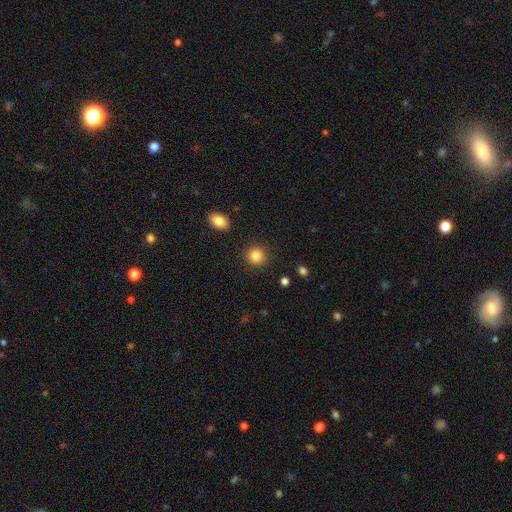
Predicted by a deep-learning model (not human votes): smooth 86%, star or artifact 10%, featured or disk 5%. Down the decision tree: how rounded — round (90%); merging — none (90%).